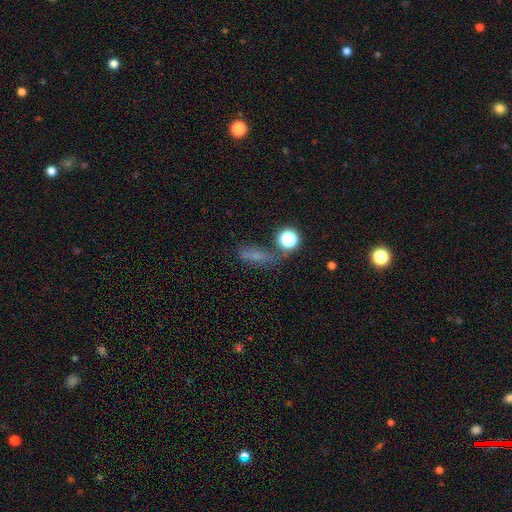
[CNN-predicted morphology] Smooth or featured? Predicted: smooth (p=0.50). How rounded? Predicted: in between (p=0.47). Merging? Predicted: none (p=0.54).